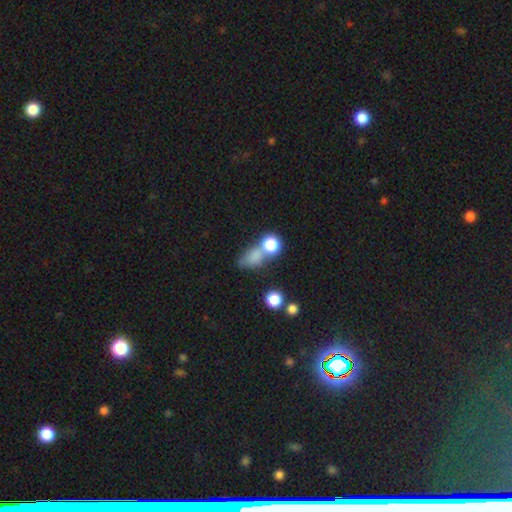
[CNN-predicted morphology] smooth_or_featured: smooth (p=0.74) [alt: star or artifact p=0.15]
how_rounded: in between (p=0.57) [alt: round p=0.38]
merging: none (p=0.37) [tied with: merger p=0.37]